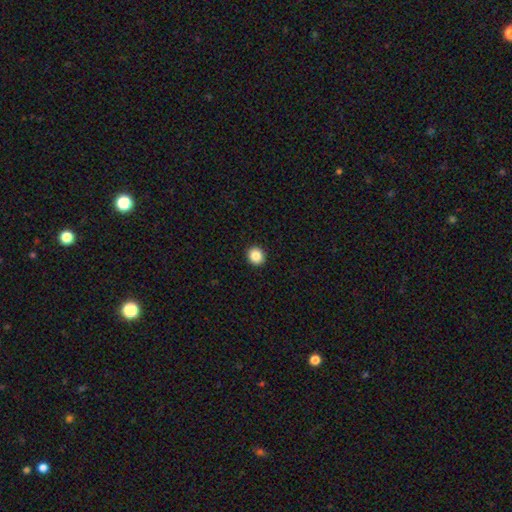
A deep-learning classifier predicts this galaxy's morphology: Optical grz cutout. It shows a smooth galaxy with no disk features (87%) that is round (85%). Merging: none (93%).